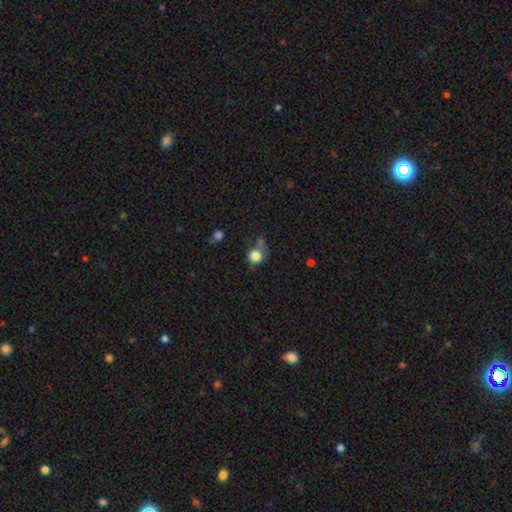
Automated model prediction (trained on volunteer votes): smooth_or_featured: smooth (p=0.82) [alt: star or artifact p=0.11]
how_rounded: round (p=0.86) [alt: in between p=0.13]
merging: none (p=0.55) [alt: merger p=0.19]